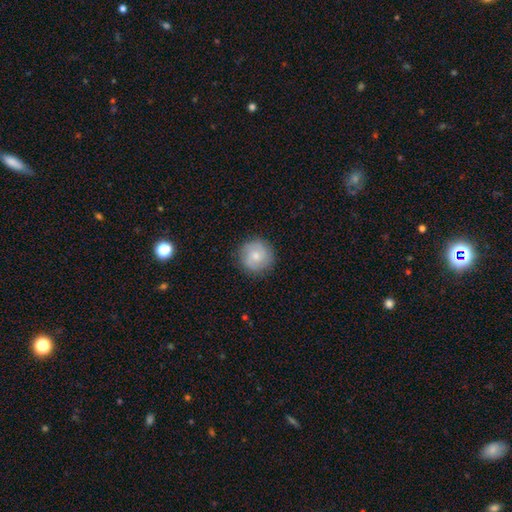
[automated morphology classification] Smooth or featured?
  - smooth: 54% *
  - featured or disk: 39%
  - star or artifact: 7%
How rounded?
  - round: 94% *
  - in between: 5%
  - cigar-shaped: 1%
Merging?
  - none: 87% *
  - minor disturbance: 10%
  - major disturbance: 3%
  - merger: 1%